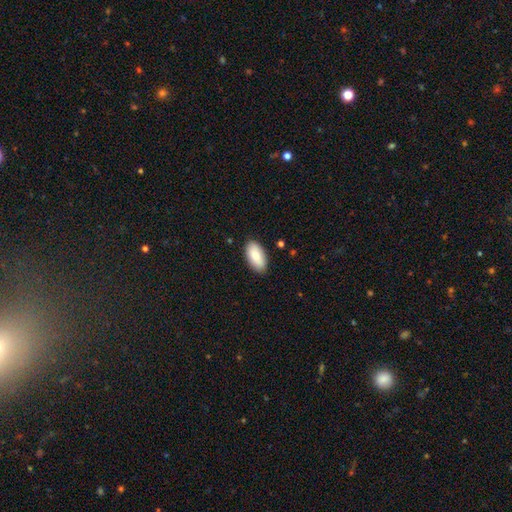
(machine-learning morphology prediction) A smooth galaxy with no disk features (80%) that is in between round and cigar-shaped (94%).

Vote fractions:
- Smooth or featured? smooth: 80% / featured or disk: 13% / star or artifact: 6%
- How rounded? in between: 94% / cigar-shaped: 3% / round: 3%
- Merging? none: 87% / minor disturbance: 10% / major disturbance: 2% / merger: 1%